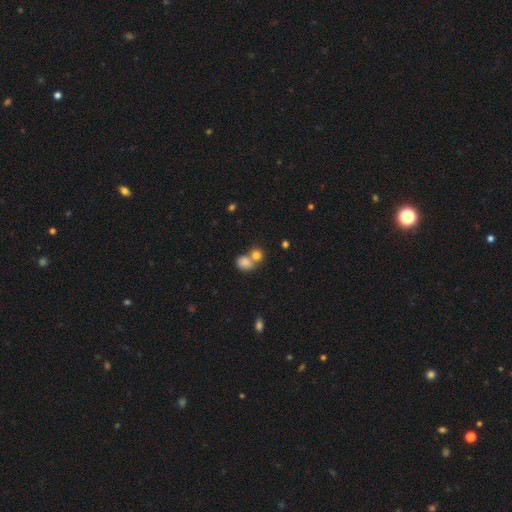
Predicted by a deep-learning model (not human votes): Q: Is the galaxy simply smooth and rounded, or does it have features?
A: smooth — 75%.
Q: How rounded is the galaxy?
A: round — 66%.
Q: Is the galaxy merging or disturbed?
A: merger — 48%.